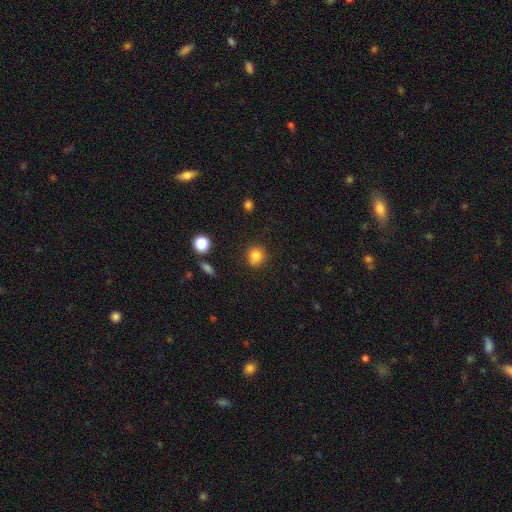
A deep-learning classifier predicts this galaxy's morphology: Smooth or featured? Predicted: smooth (p=0.83). How rounded? Predicted: round (p=0.84). Merging? Predicted: none (p=0.86).